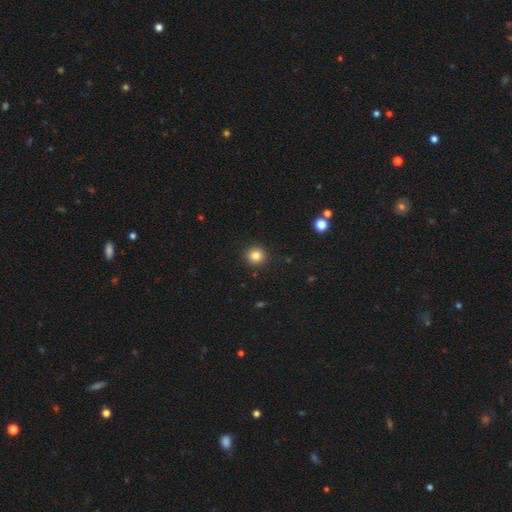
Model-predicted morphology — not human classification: type=smooth (83%); roundness=round (94%); merging=none (92%).